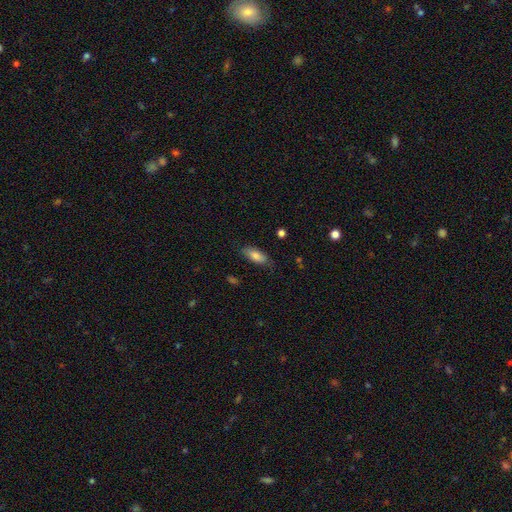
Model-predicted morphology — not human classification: Q: Smooth or featured?
A: smooth (81%); runner-up: featured or disk (12%)
Q: How rounded?
A: in between (78%); runner-up: cigar-shaped (20%)
Q: Merging?
A: none (79%); runner-up: minor disturbance (16%)